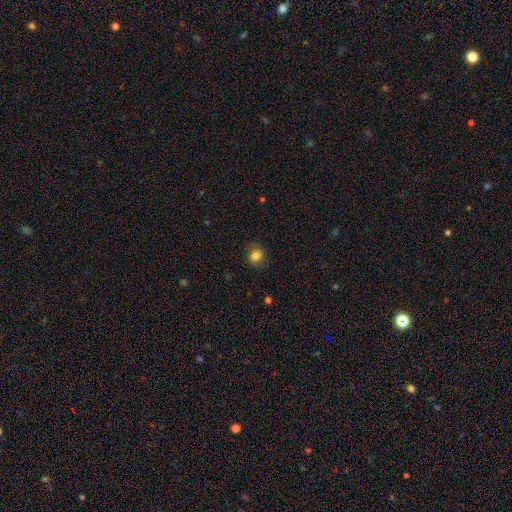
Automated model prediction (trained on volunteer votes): This is clearly a smooth galaxy (81%). How rounded: possibly round (56%). Merging: likely none (75%).